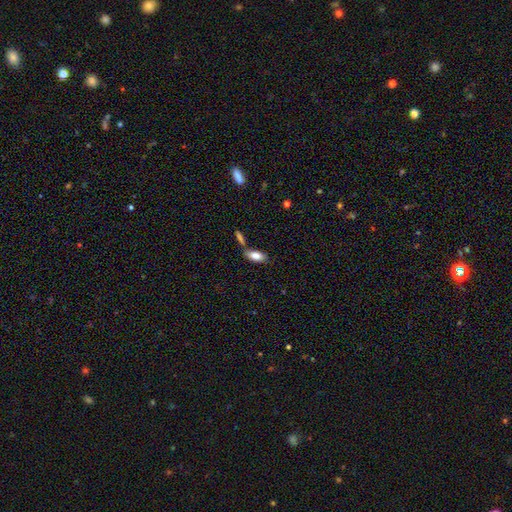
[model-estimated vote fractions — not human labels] A smooth galaxy with no disk features (83%) that is in between round and cigar-shaped (87%).

Vote fractions:
- Smooth or featured? smooth: 83% / featured or disk: 10% / star or artifact: 7%
- How rounded? in between: 87% / cigar-shaped: 10% / round: 3%
- Merging? none: 58% / merger: 23% / minor disturbance: 14% / major disturbance: 4%